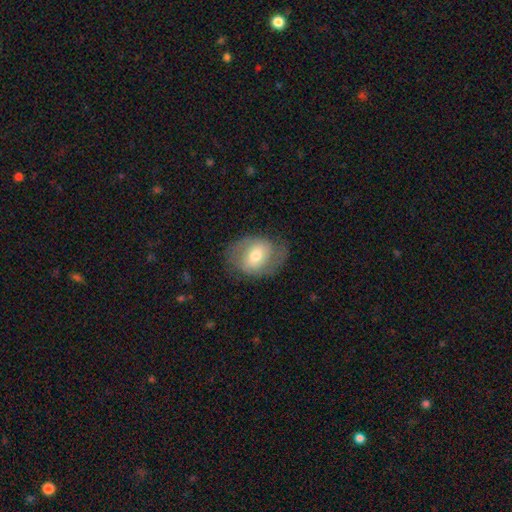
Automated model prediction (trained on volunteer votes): featured or disk 51%, smooth 43%, star or artifact 7%. Down the decision tree: edge-on disk — no (95%); merging — none (68%).